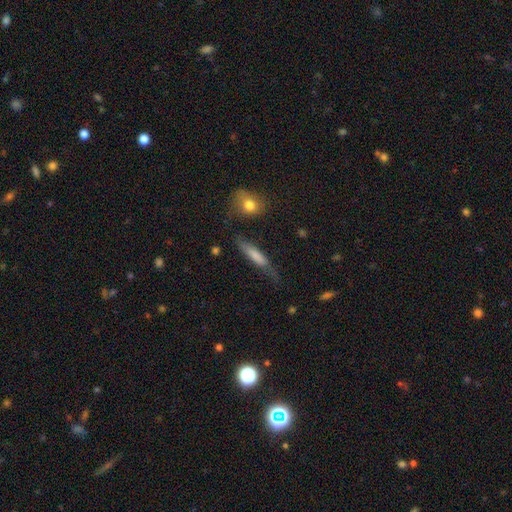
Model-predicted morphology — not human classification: A smooth galaxy with no disk features (71%) that is cigar-shaped (77%).

Vote fractions:
- Smooth or featured? smooth: 71% / featured or disk: 22% / star or artifact: 7%
- How rounded? cigar-shaped: 77% / in between: 20% / round: 3%
- Merging? none: 54% / minor disturbance: 27% / major disturbance: 13% / merger: 6%